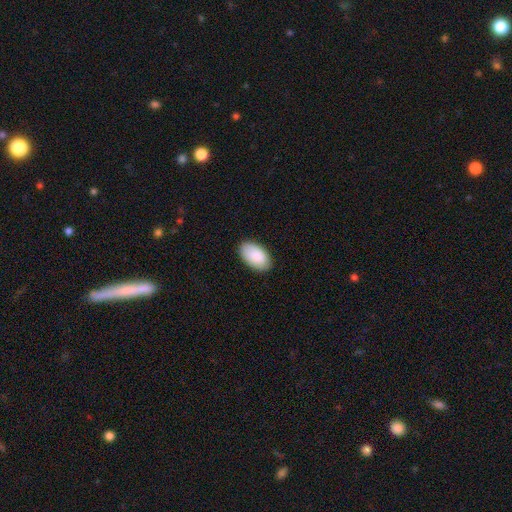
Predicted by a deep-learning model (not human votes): smooth 89%, featured or disk 6%, star or artifact 6%. Down the decision tree: how rounded — in between (96%); merging — none (87%).